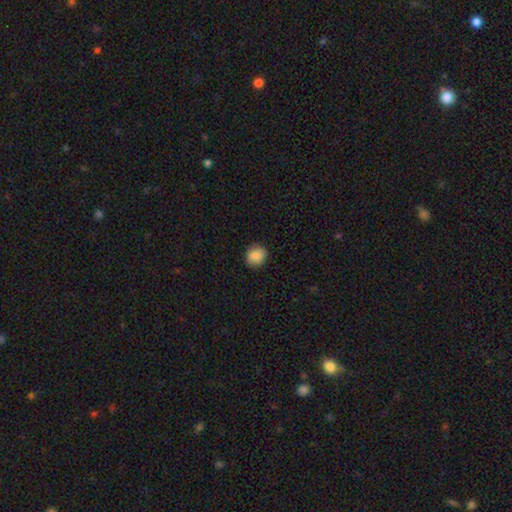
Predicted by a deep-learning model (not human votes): Smooth or featured? smooth (86%)
How rounded? round (72%)
Merging? none (86%)